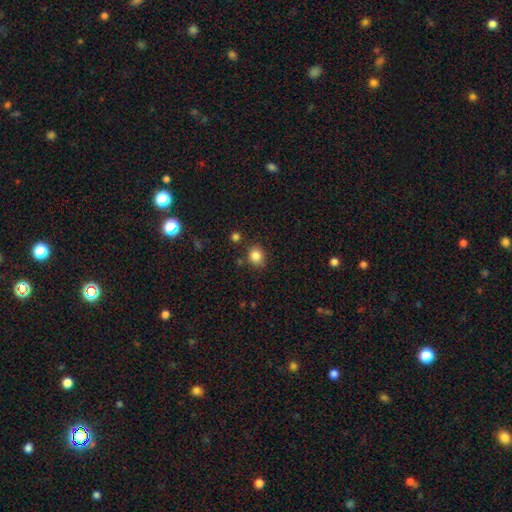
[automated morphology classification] This appears to be a smooth galaxy with no disk features (84%) that is round (76%). Merging: none (81%).